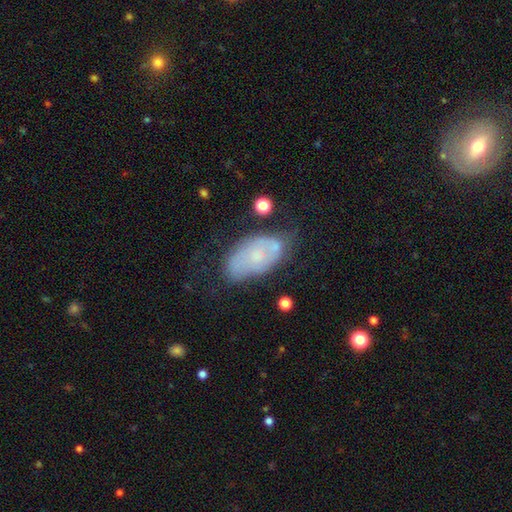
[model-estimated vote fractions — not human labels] This appears to be a smooth galaxy with no disk features (48%). Merging: none (52%).